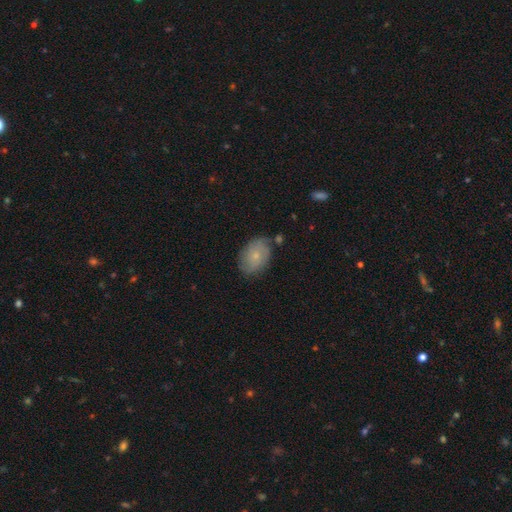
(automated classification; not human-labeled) Morphology: type=smooth (61%); roundness=in between (77%); merging=none (73%).